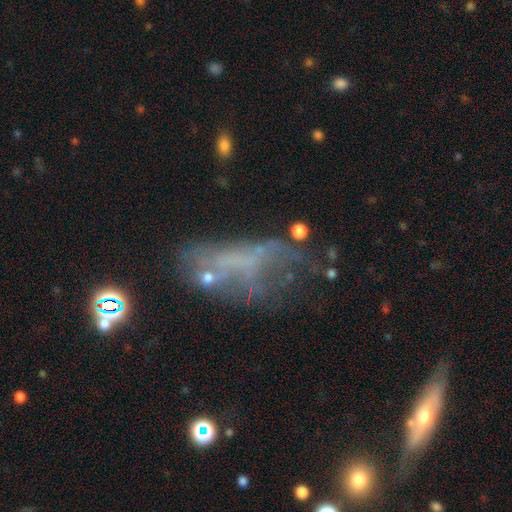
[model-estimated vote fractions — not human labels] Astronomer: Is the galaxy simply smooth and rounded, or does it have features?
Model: featured or disk — 45% (runner-up: smooth, 31%).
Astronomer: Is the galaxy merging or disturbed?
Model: none — 35% (runner-up: major disturbance, 34%).